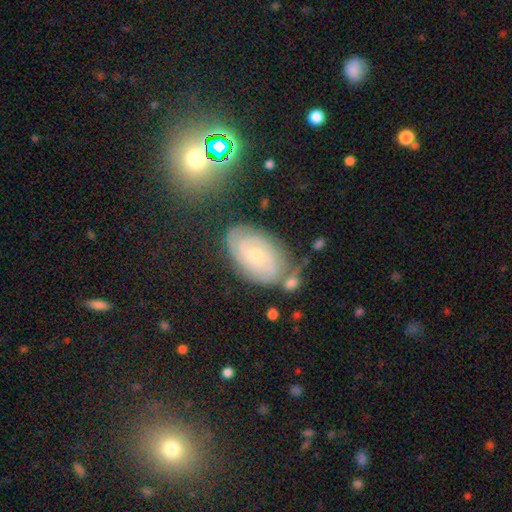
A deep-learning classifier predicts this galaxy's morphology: Overall: featured or disk (73%). Edge-on disk: no (96%). Bar: no (72%). Spiral arms: yes (92%). Spiral arm count: can't tell (37%, tied with 2). Spiral winding: tight (72%). Bulge size: small (70%). Merging: none (70%).